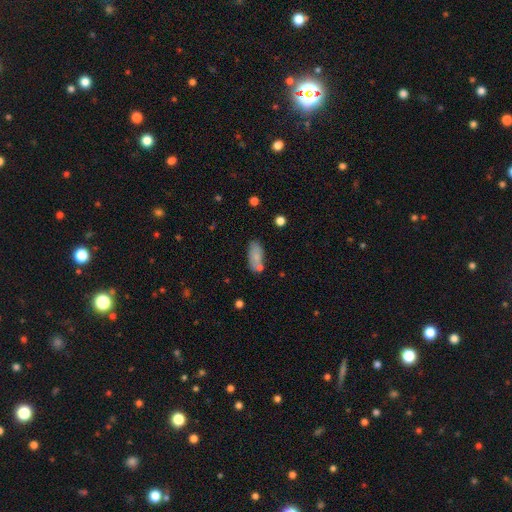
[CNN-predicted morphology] smooth-or-featured: smooth: 80% | featured or disk: 12% | star or artifact: 8%
  how-rounded: in between: 84% | cigar-shaped: 13% | round: 3%
  merging: none: 63% | minor disturbance: 18% | merger: 14% | major disturbance: 5%